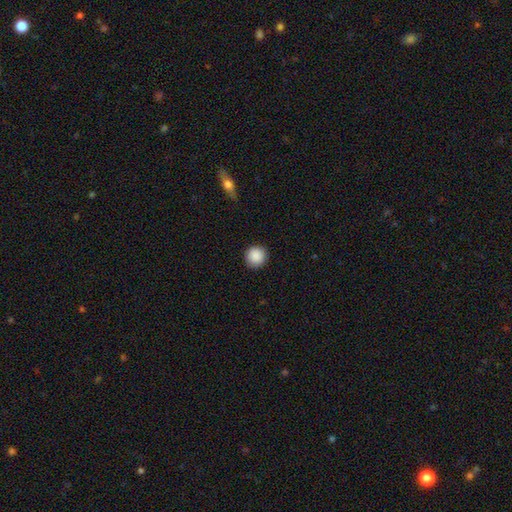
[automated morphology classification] Smooth or featured? smooth (90%)
How rounded? round (95%)
Merging? none (91%)